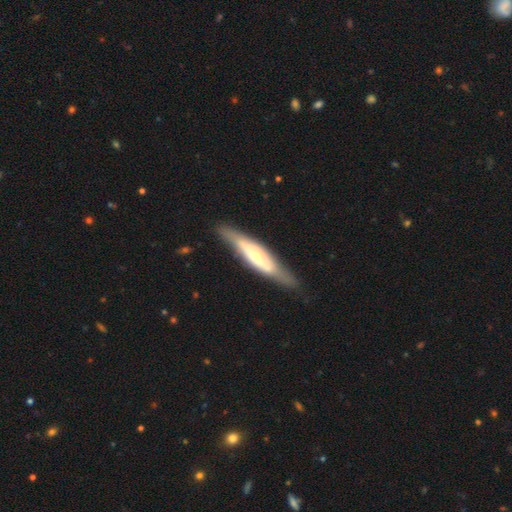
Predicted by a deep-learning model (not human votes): A featured or disk galaxy (61%) viewed edge-on (66%).

Vote fractions:
- Smooth or featured? featured or disk: 61% / smooth: 34% / star or artifact: 5%
- Edge-on disk? yes: 66% / no: 34%
- Merging? none: 77% / minor disturbance: 16% / major disturbance: 5% / merger: 2%